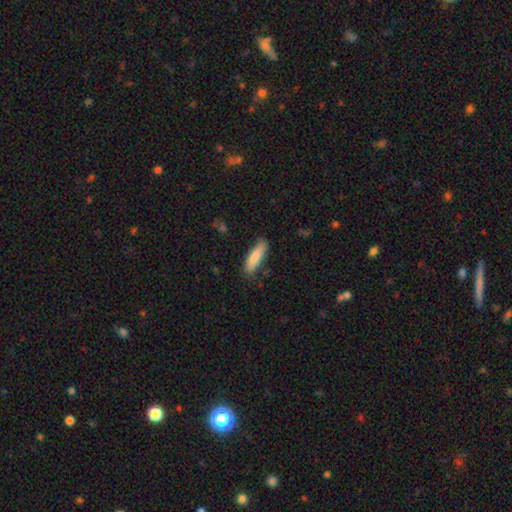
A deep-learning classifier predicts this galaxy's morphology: Smooth or featured: smooth — 84% (featured or disk — 10%)
How rounded: cigar-shaped — 64% (in between — 34%)
Merging: none — 82% (minor disturbance — 14%)